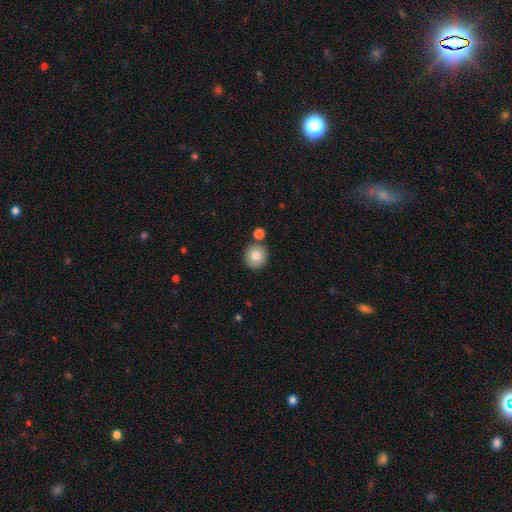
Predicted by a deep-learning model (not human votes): Smooth or featured? smooth (81%)
How rounded? round (93%)
Merging? none (78%)